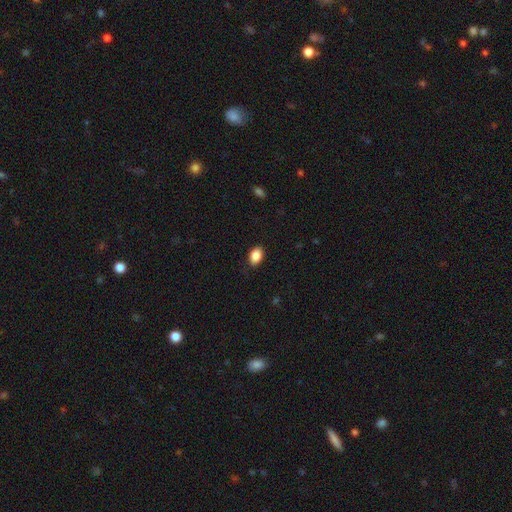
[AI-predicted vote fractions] Smooth or featured?
  - smooth: 87% *
  - star or artifact: 8%
  - featured or disk: 5%
How rounded?
  - in between: 83% *
  - round: 16%
  - cigar-shaped: 1%
Merging?
  - none: 84% *
  - minor disturbance: 12%
  - major disturbance: 2%
  - merger: 1%